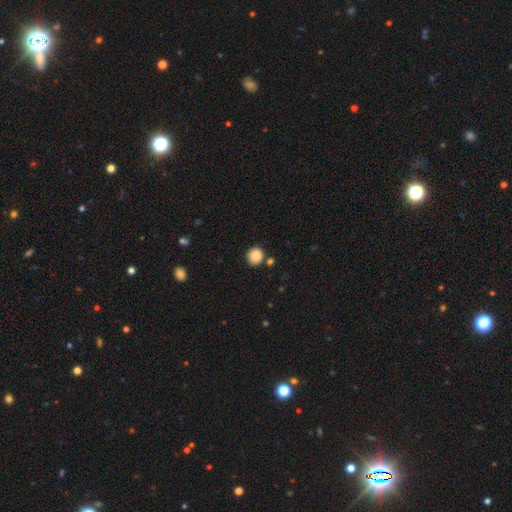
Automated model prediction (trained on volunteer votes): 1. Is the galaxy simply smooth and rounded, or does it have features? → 87% smooth, 9% star or artifact, 4% featured or disk.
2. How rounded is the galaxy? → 89% round, 10% in between, 1% cigar-shaped.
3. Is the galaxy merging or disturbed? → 83% none, 9% minor disturbance, 6% merger, 2% major disturbance.